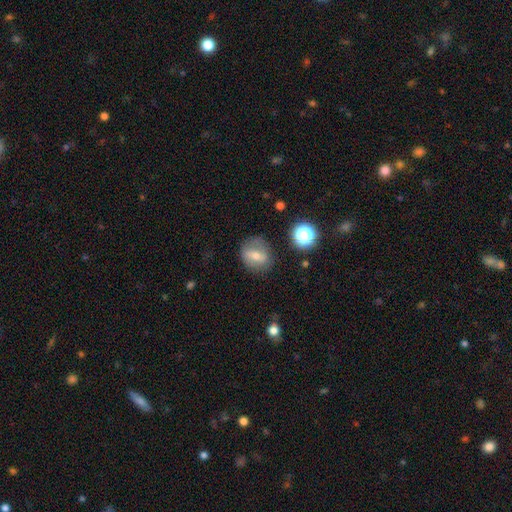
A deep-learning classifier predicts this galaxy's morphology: Smooth or featured? smooth (52%)
How rounded? round (65%)
Merging? none (72%)